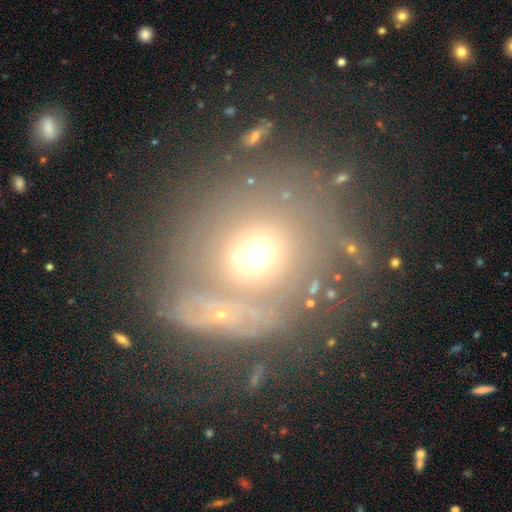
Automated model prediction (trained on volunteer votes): This appears to be a smooth galaxy with no disk features (52%) that is round (83%). Merging: none (46%).